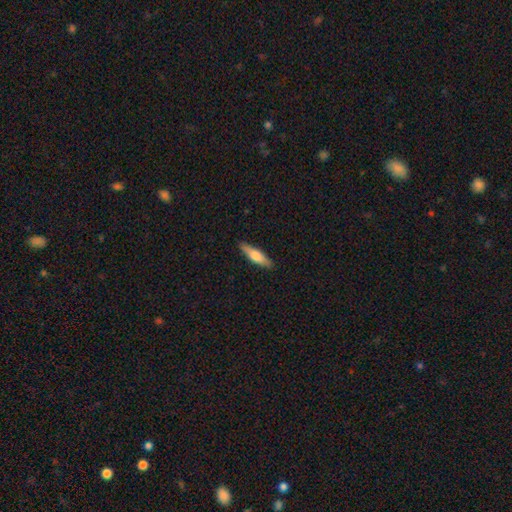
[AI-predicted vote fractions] smooth-or-featured: smooth: 57% | featured or disk: 38% | star or artifact: 5%
  how-rounded: cigar-shaped: 71% | in between: 27% | round: 2%
  merging: none: 90% | minor disturbance: 8% | major disturbance: 2% | merger: 1%